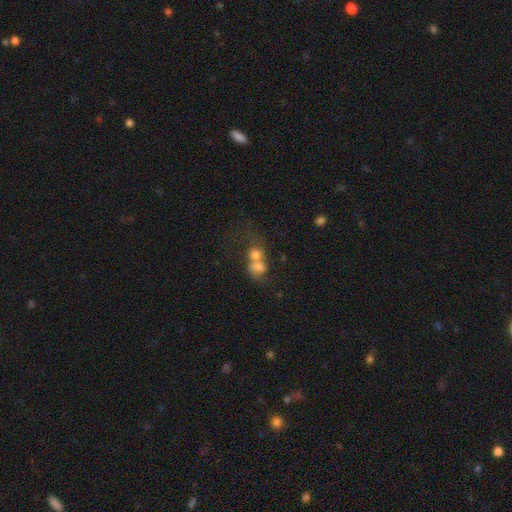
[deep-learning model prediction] Smooth or featured: smooth — 69% (featured or disk — 19%)
How rounded: round — 60% (in between — 39%)
Merging: merger — 72% (none — 16%)